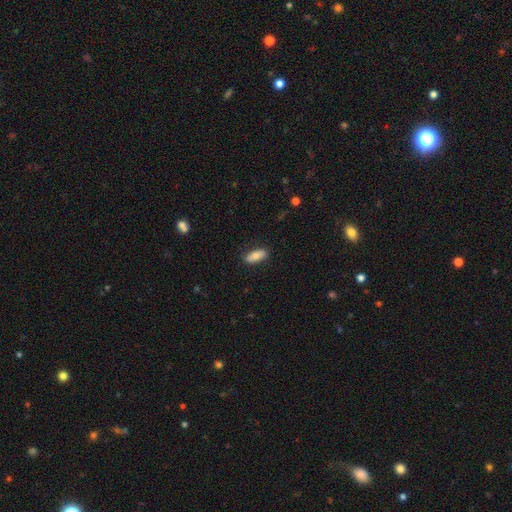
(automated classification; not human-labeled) smooth_or_featured: smooth (p=0.78) [alt: featured or disk p=0.15]
how_rounded: in between (p=0.77) [alt: cigar-shaped p=0.21]
merging: none (p=0.85) [alt: minor disturbance p=0.11]